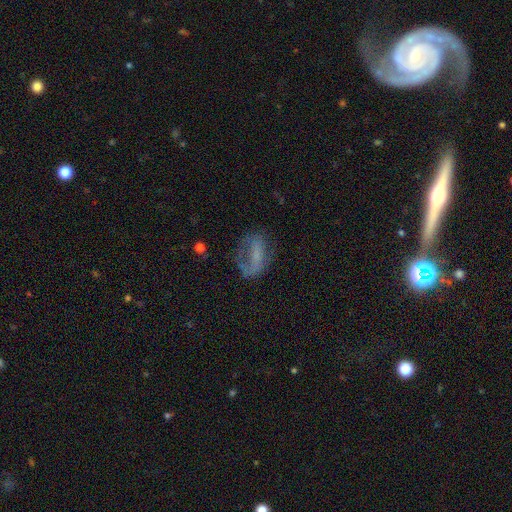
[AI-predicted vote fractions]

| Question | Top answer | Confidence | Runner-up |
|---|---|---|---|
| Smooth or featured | featured or disk | 47% | smooth (41%) |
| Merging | none | 40% | major disturbance (35%) |